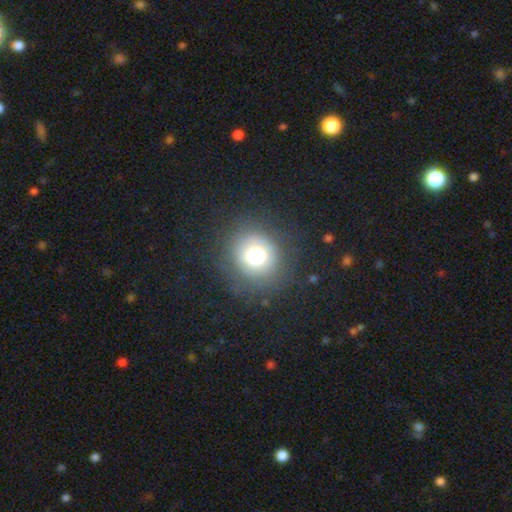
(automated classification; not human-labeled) Smooth or featured? Predicted: smooth (p=0.70). How rounded? Predicted: round (p=0.85). Merging? Predicted: none (p=0.77).